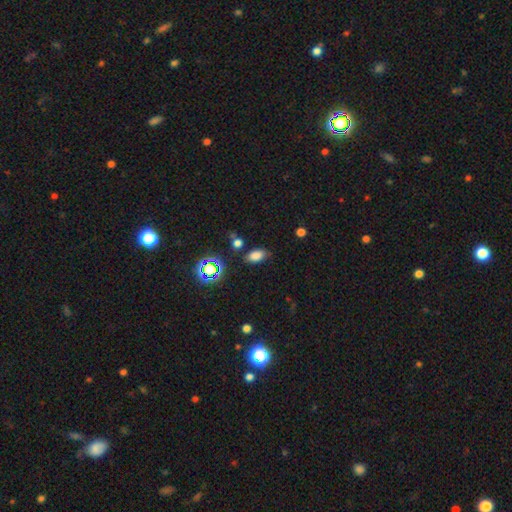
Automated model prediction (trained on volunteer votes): Overall: smooth (76%). How rounded: in between (89%). Merging: none (75%).